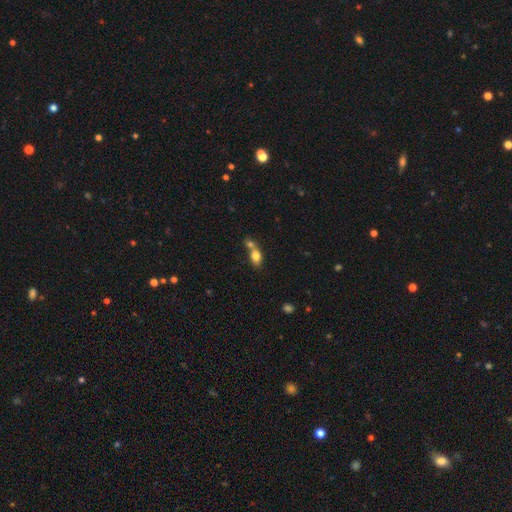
Smooth or featured? smooth (80%)
How rounded? in between (88%)
Merging? merger (75%)